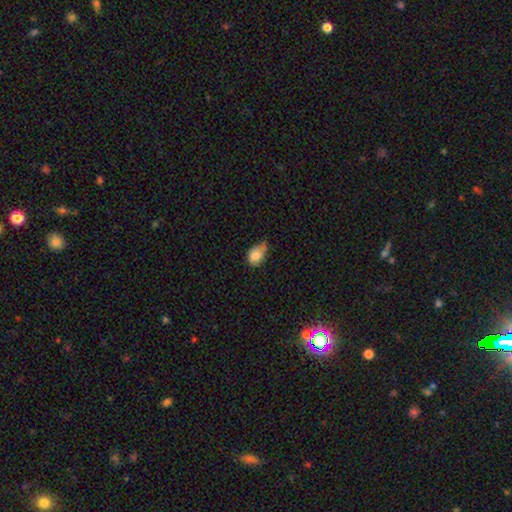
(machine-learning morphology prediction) The model was most divided on "merging": minor disturbance: 51%, none: 29%, major disturbance: 15%, merger: 4%. More confident: smooth or featured — smooth (80%); how rounded — in between (75%).